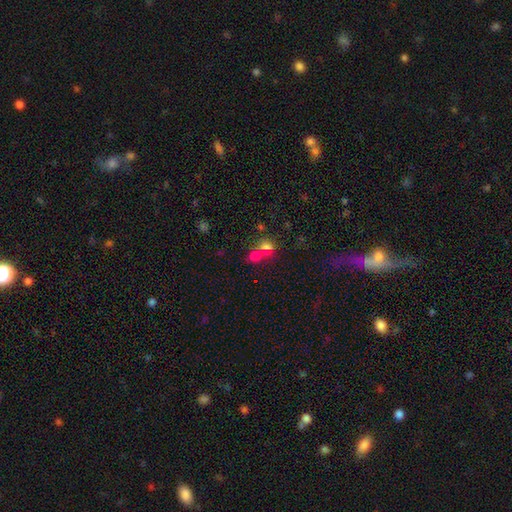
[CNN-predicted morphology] Smooth or featured: smooth — 69% (star or artifact — 19%)
How rounded: round — 57% (in between — 41%)
Merging: merger — 55% (none — 35%)